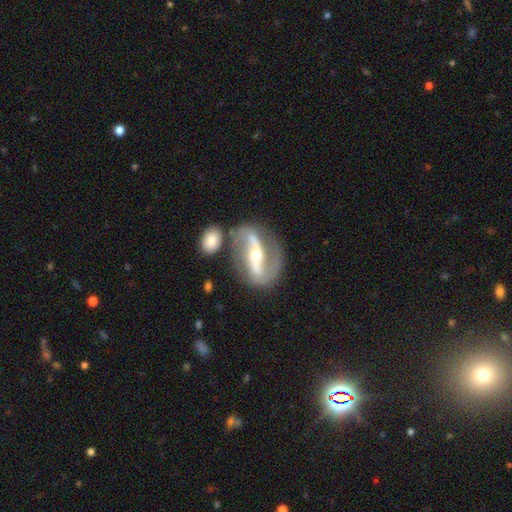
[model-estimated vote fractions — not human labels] Overall: featured or disk (87%). Edge-on disk: no (94%). Bar: strong (65%). Spiral arms: yes (91%). Spiral arm count: 2 (90%). Spiral winding: medium (43%; loose 37%). Bulge size: moderate (57%; small 38%). Merging: none (70%).